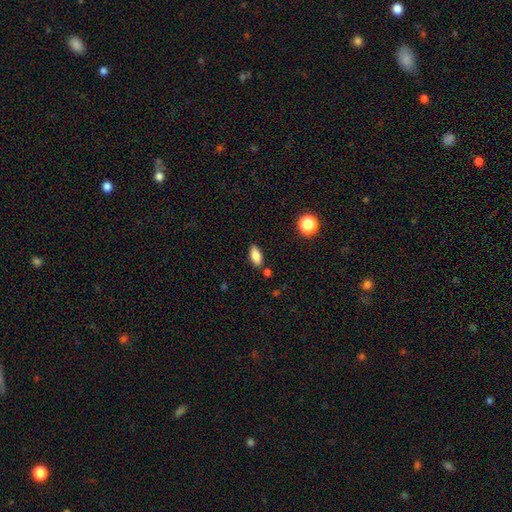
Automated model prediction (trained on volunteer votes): This is clearly a smooth galaxy (84%). How rounded: clearly in between (86%). Merging: clearly none (83%).